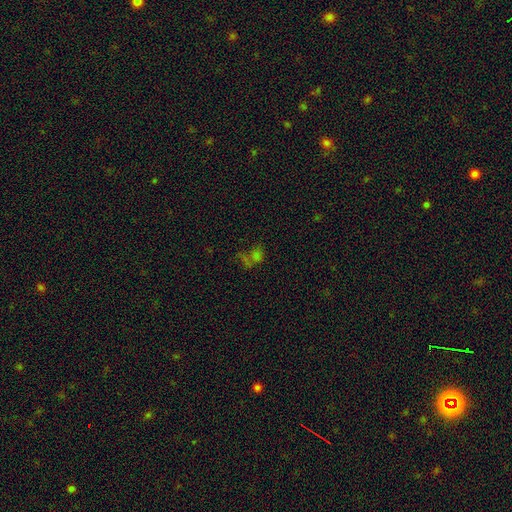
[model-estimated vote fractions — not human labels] Smooth or featured: star or artifact — 43% (smooth — 38%)